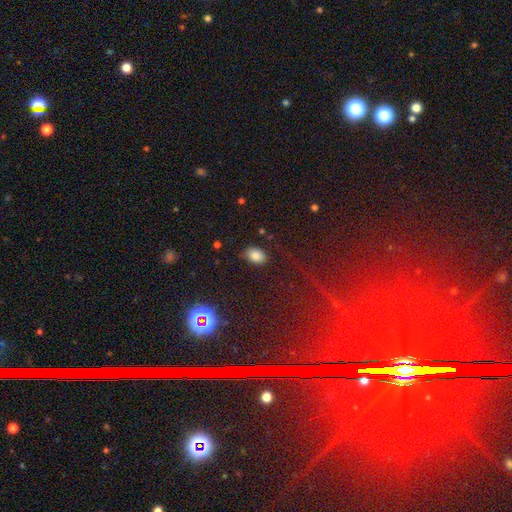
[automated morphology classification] Smooth or featured? smooth (82%)
How rounded? in between (84%)
Merging? none (81%)